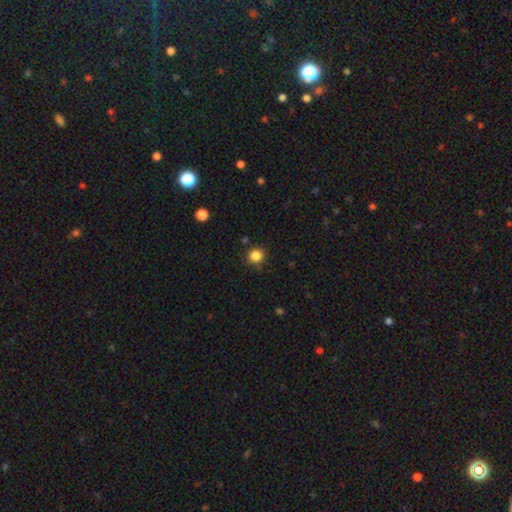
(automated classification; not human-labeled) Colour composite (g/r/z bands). It shows a smooth galaxy with no disk features (85%) that is round (87%). Merging: none (84%).